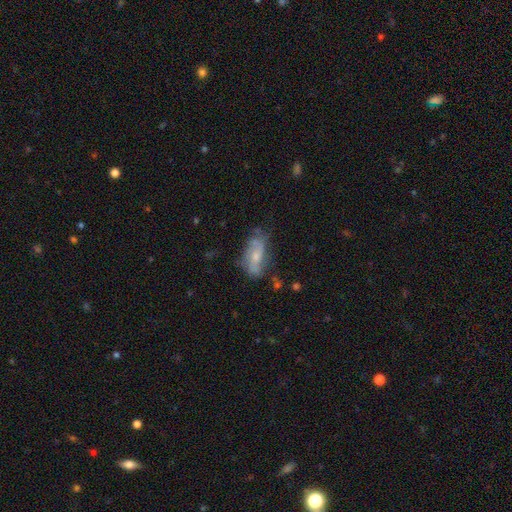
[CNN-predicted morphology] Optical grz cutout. It shows a featured or disk galaxy (54%). Merging: none (56%).